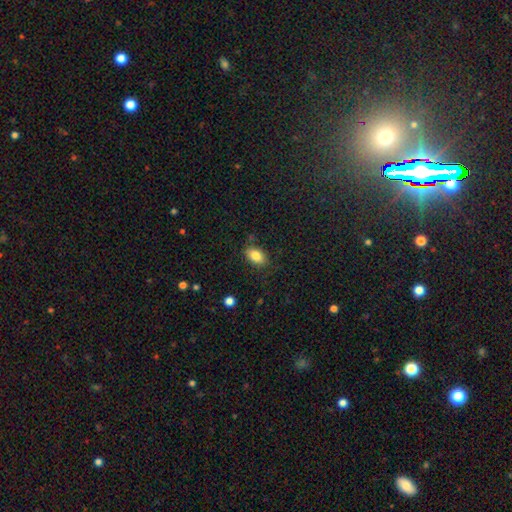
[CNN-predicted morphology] A smooth galaxy with no disk features (84%) that is in between round and cigar-shaped (89%).

Vote fractions:
- Smooth or featured? smooth: 84% / star or artifact: 8% / featured or disk: 7%
- How rounded? in between: 89% / round: 10% / cigar-shaped: 2%
- Merging? none: 80% / minor disturbance: 15% / major disturbance: 4% / merger: 2%